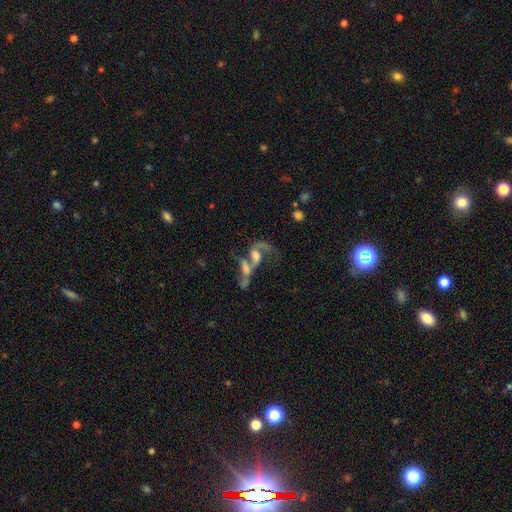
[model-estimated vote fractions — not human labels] Smooth or featured?
  - featured or disk: 64% *
  - smooth: 24%
  - star or artifact: 12%
Edge-on disk?
  - no: 93% *
  - yes: 7%
Bar?
  - no: 60% *
  - weak: 28%
  - strong: 12%
Spiral arms?
  - yes: 71% *
  - no: 29%
Bulge size?
  - moderate: 33% *
  - none: 27%
  - small: 20%
  - large: 17%
  - dominant: 3%
Merging?
  - merger: 67% *
  - major disturbance: 15%
  - none: 12%
  - minor disturbance: 6%